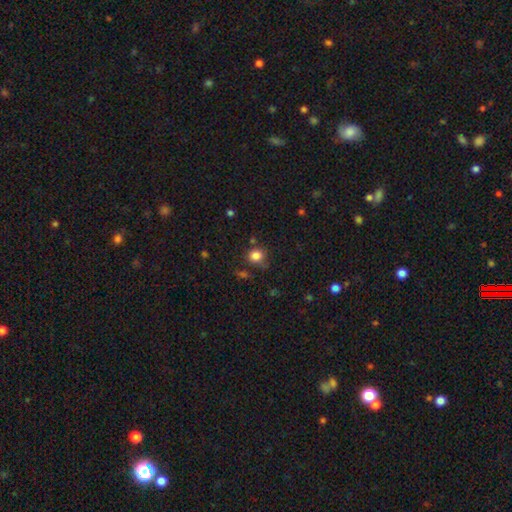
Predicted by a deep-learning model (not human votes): smooth 83%, star or artifact 12%, featured or disk 5%. Down the decision tree: how rounded — round (72%); merging — none (71%).